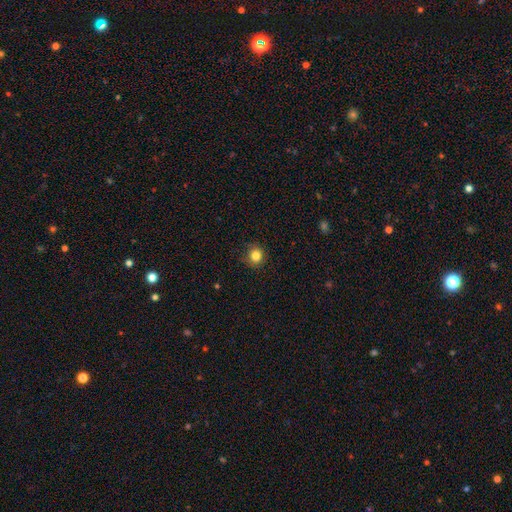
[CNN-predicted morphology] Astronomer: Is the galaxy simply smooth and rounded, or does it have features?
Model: smooth — 84%.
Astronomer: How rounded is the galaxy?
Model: round — 89%.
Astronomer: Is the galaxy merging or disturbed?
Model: none — 87%.